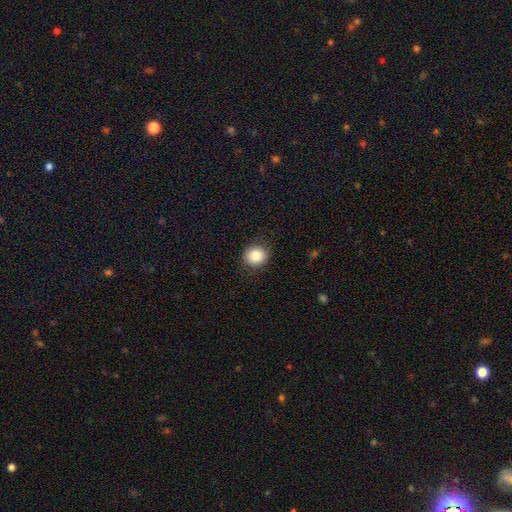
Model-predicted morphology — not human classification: A smooth galaxy with no disk features (83%) that is round (85%). Merging: none (89%).